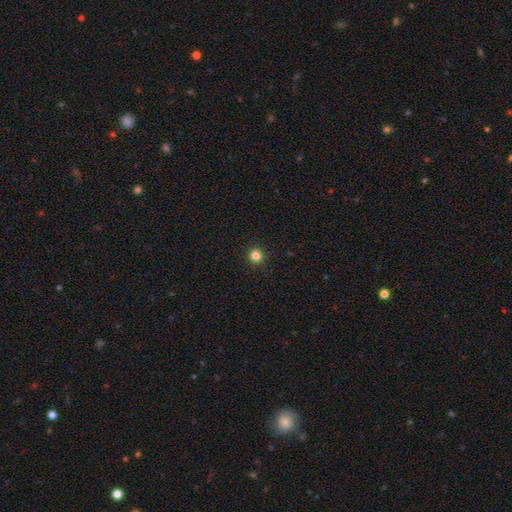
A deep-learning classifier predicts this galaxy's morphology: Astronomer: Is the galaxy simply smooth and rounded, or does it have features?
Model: smooth — 83%.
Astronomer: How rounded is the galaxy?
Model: round — 96%.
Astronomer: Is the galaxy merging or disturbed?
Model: none — 93%.